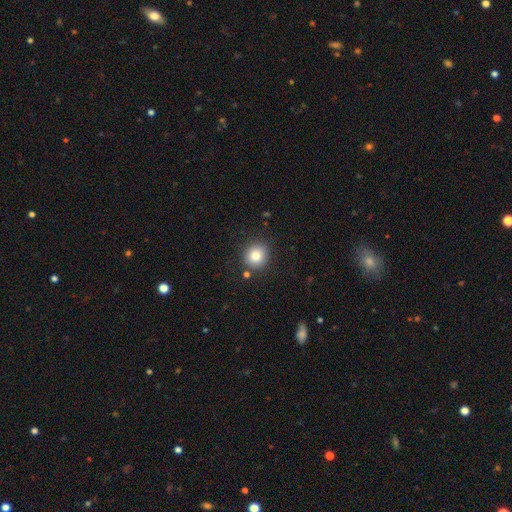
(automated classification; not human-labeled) Morphology: type=smooth (81%); roundness=round (87%); merging=none (86%).